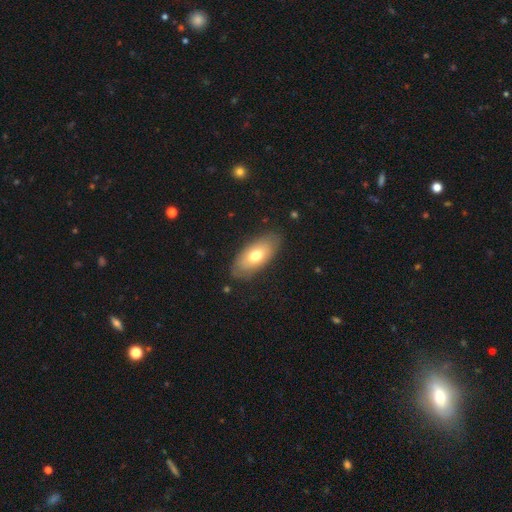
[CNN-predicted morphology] smooth_or_featured: smooth (p=0.67) [alt: featured or disk p=0.27]
how_rounded: in between (p=0.89) [alt: cigar-shaped p=0.08]
merging: none (p=0.82) [alt: minor disturbance p=0.14]